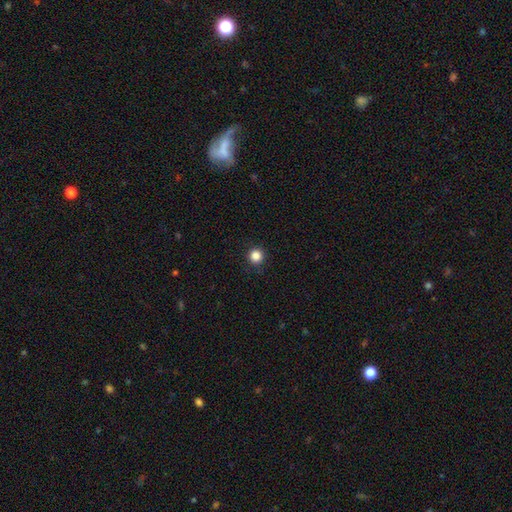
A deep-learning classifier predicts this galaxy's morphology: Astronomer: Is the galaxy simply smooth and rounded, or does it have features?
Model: smooth — 86%.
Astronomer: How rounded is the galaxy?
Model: round — 95%.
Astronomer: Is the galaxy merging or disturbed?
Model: none — 92%.